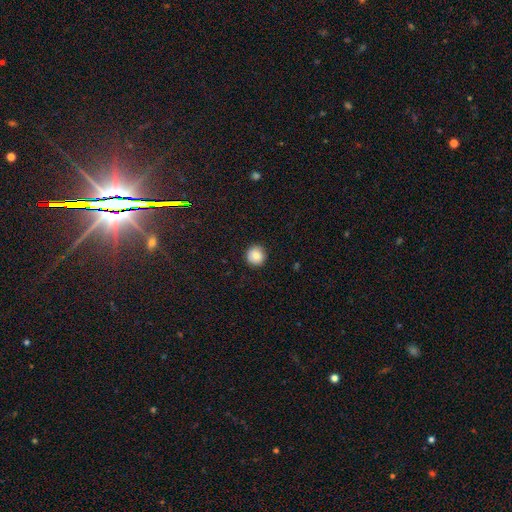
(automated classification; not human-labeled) Smooth or featured?
  - smooth: 84% *
  - star or artifact: 9%
  - featured or disk: 7%
How rounded?
  - round: 95% *
  - in between: 4%
  - cigar-shaped: 1%
Merging?
  - none: 91% *
  - minor disturbance: 6%
  - major disturbance: 2%
  - merger: 1%